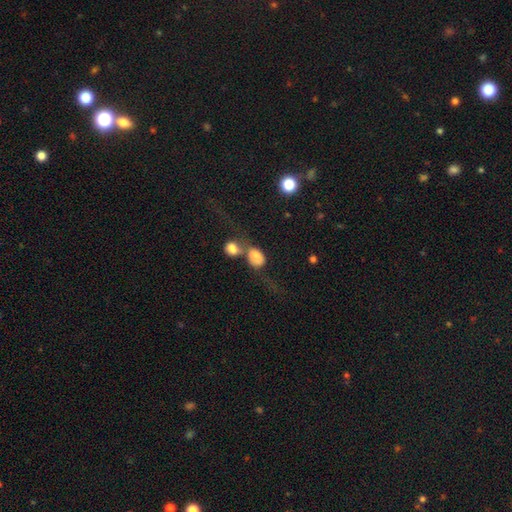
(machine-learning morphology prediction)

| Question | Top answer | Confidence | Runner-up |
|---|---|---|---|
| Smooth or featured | smooth | 74% | featured or disk (17%) |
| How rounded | in between | 61% | round (37%) |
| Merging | merger | 55% | none (23%) |